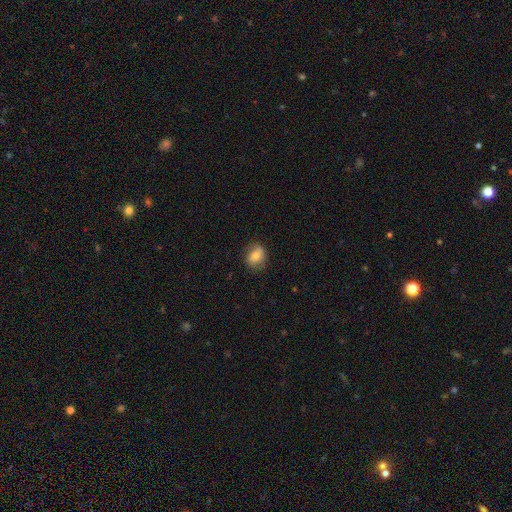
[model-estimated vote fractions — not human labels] The model was most divided on "how rounded": in between: 54%, round: 45%, cigar-shaped: 1%. More confident: merging — none (75%); smooth or featured — smooth (70%).